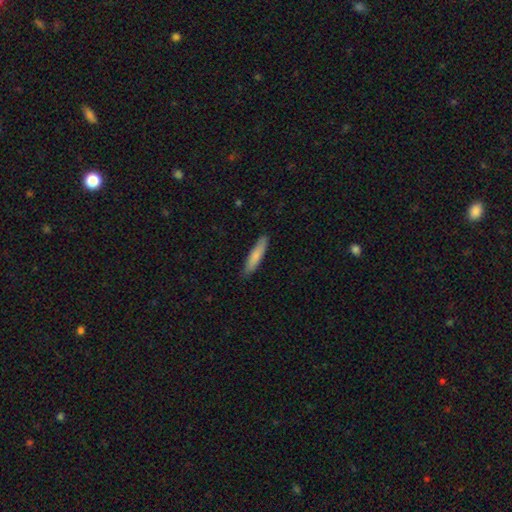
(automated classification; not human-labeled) A smooth galaxy with no disk features (80%) that is cigar-shaped (83%). Merging: none (87%).